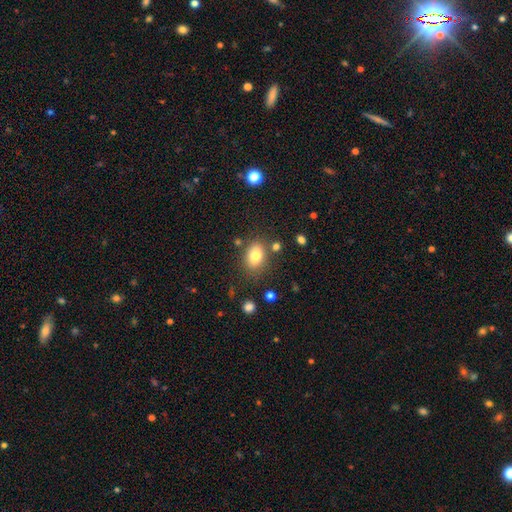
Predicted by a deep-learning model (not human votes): Smooth or featured: smooth — 80% (featured or disk — 10%)
How rounded: in between — 75% (round — 24%)
Merging: none — 76% (minor disturbance — 13%)